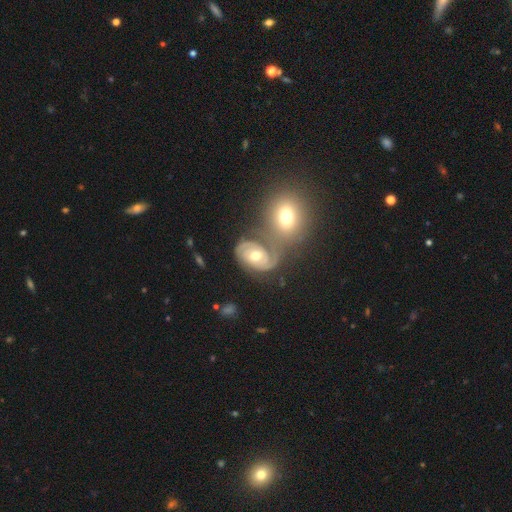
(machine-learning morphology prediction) Smooth or featured: featured or disk — 80% (smooth — 13%)
Edge-on disk: no — 97% (yes — 3%)
Bar: no — 67% (weak — 26%)
Spiral arms: yes — 92% (no — 8%)
Spiral winding: tight — 59% (medium — 34%)
Spiral arm count: 2 — 75% (can't tell — 11%)
Bulge size: moderate — 74% (small — 15%)
Merging: none — 49% (merger — 26%)